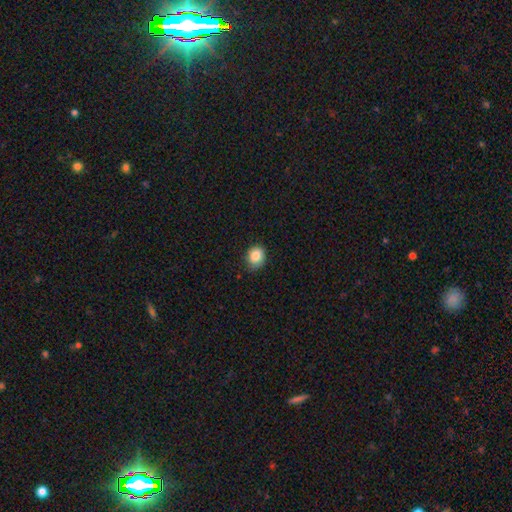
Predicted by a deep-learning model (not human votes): Morphology: type=smooth (85%); roundness=round (60%); merging=none (76%).